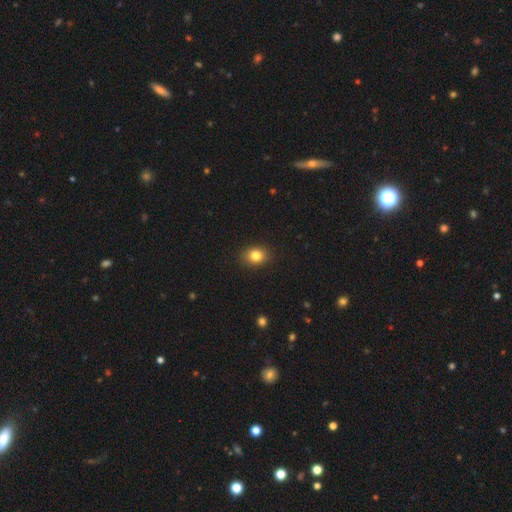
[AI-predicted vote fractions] A smooth galaxy with no disk features (83%) that is in between round and cigar-shaped (50%).

Vote fractions:
- Smooth or featured? smooth: 83% / star or artifact: 11% / featured or disk: 7%
- How rounded? in between: 50% / round: 49% / cigar-shaped: 1%
- Merging? none: 89% / minor disturbance: 8% / major disturbance: 2% / merger: 1%